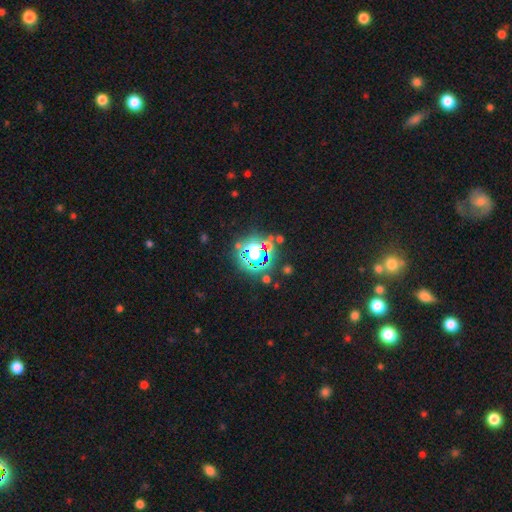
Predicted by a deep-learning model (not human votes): Overall: star or artifact (76%).